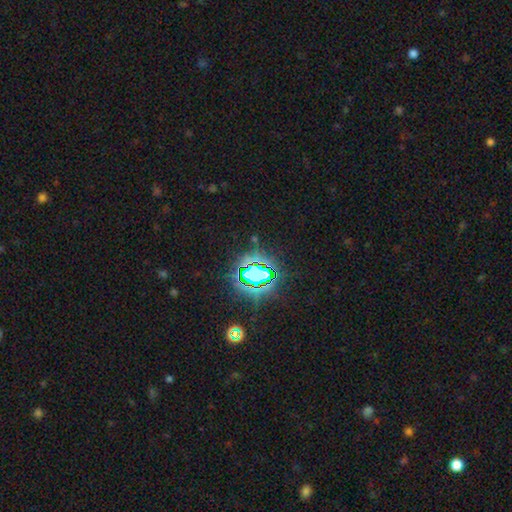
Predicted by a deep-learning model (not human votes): smooth-or-featured: star or artifact: 77% | smooth: 14% | featured or disk: 9%